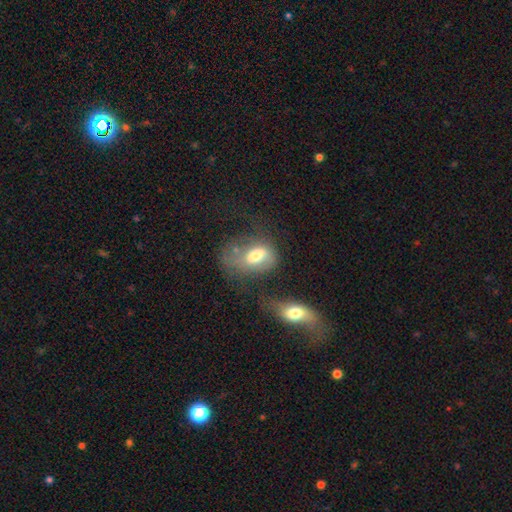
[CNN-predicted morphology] This appears to be a smooth galaxy with no disk features (61%) that is in between round and cigar-shaped (80%). Merging: major disturbance (32%).